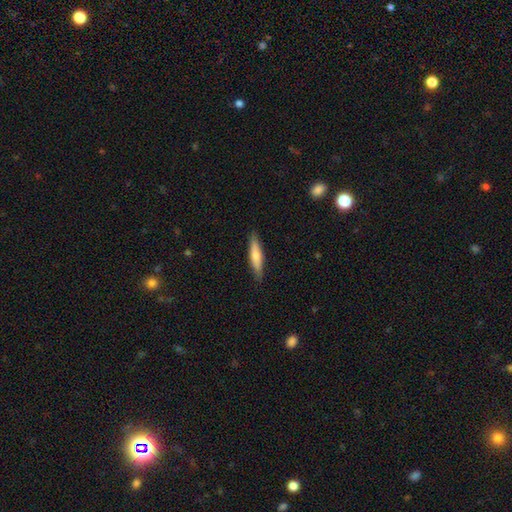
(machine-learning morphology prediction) smooth-or-featured: smooth: 68% | featured or disk: 26% | star or artifact: 5%
  how-rounded: cigar-shaped: 84% | in between: 14% | round: 1%
  merging: none: 88% | minor disturbance: 9% | major disturbance: 2% | merger: 1%